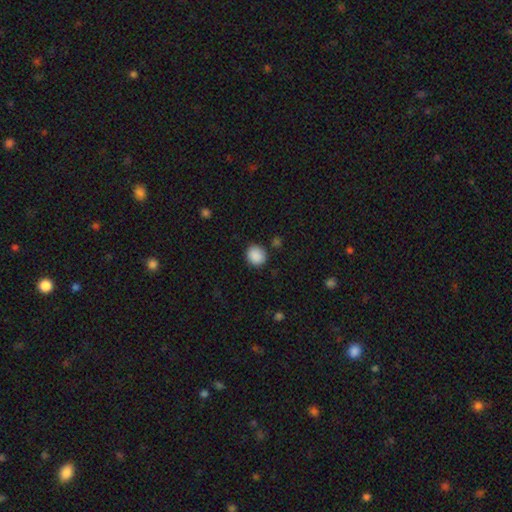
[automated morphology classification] Smooth or featured? Predicted: smooth (p=0.89). How rounded? Predicted: round (p=0.82). Merging? Predicted: none (p=0.86).